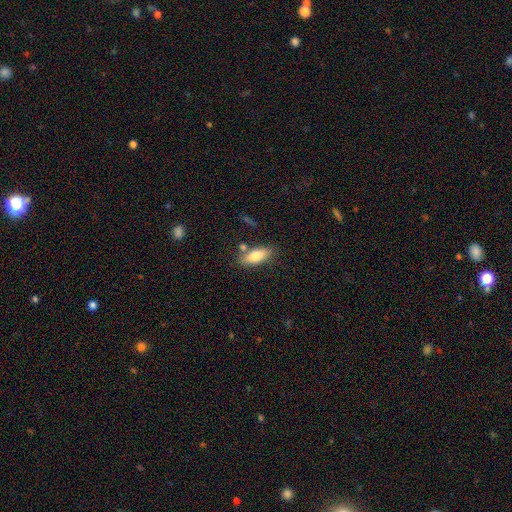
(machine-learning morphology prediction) Smooth or featured: smooth — 77% (featured or disk — 16%)
How rounded: in between — 76% (cigar-shaped — 21%)
Merging: none — 75% (minor disturbance — 13%)